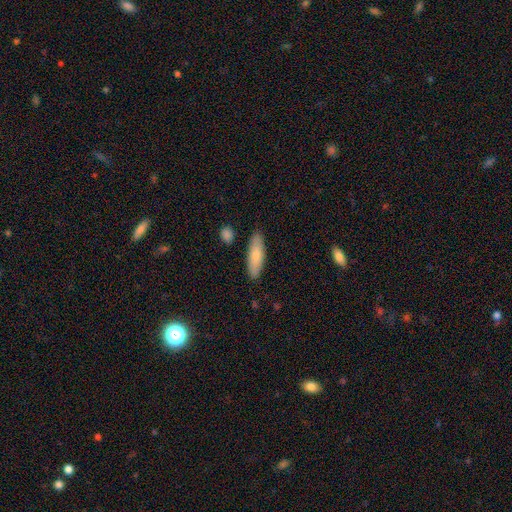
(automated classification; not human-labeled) Smooth or featured? Predicted: smooth (p=0.80). How rounded? Predicted: cigar-shaped (p=0.54). Merging? Predicted: none (p=0.87).